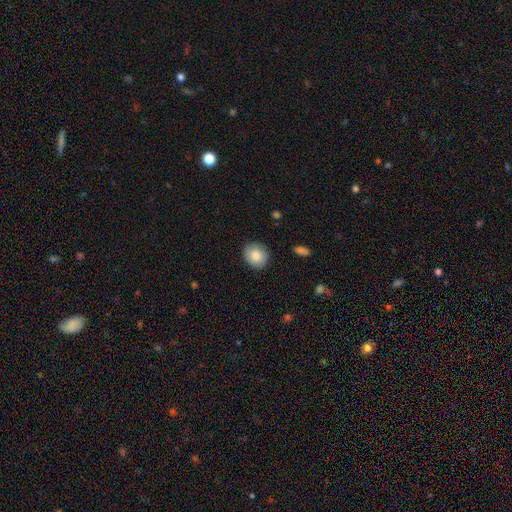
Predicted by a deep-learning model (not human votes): Smooth or featured? smooth (82%)
How rounded? round (74%)
Merging? none (86%)